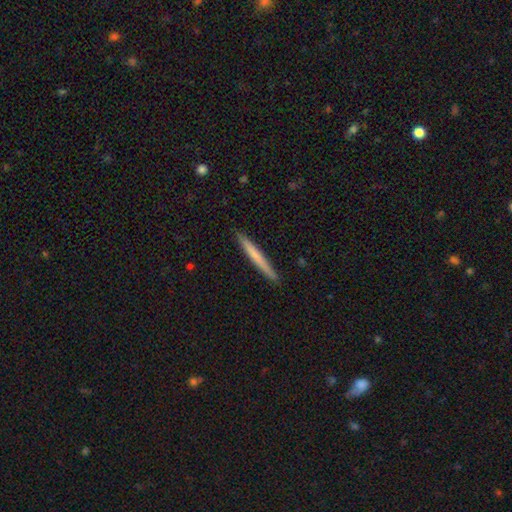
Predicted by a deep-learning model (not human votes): Smooth or featured? smooth (62%)
How rounded? cigar-shaped (97%)
Merging? none (91%)